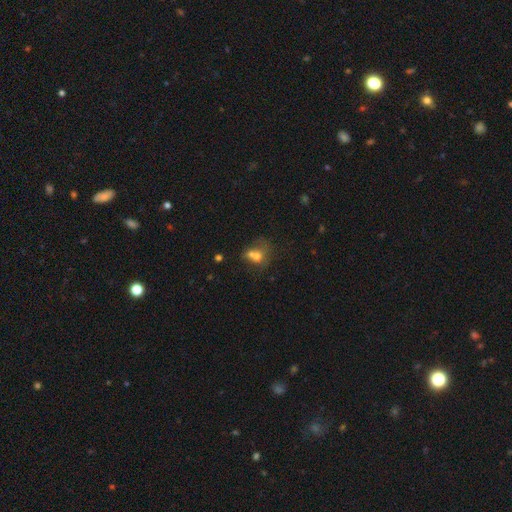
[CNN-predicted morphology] Smooth or featured? smooth (64%)
How rounded? round (55%)
Merging? merger (55%)